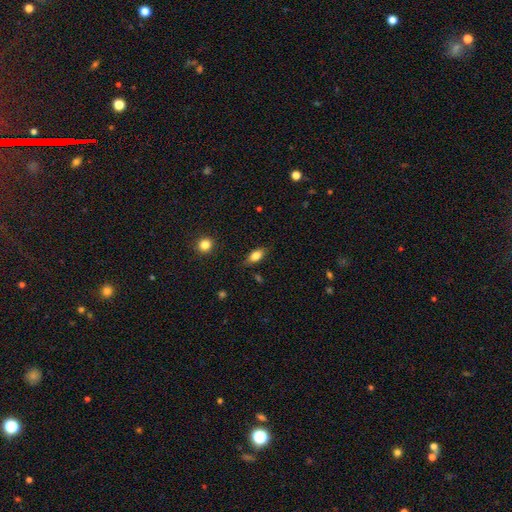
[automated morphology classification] smooth 79%, featured or disk 13%, star or artifact 8%. Down the decision tree: how rounded — in between (86%); merging — none (80%).